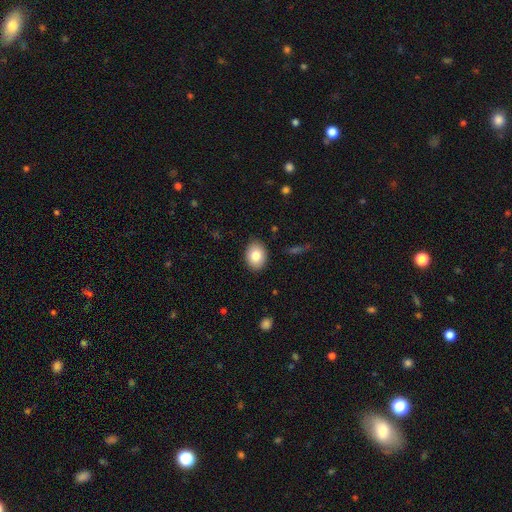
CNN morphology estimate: Overall: smooth (82%). How rounded: in between (67%; round 32%). Merging: none (89%).